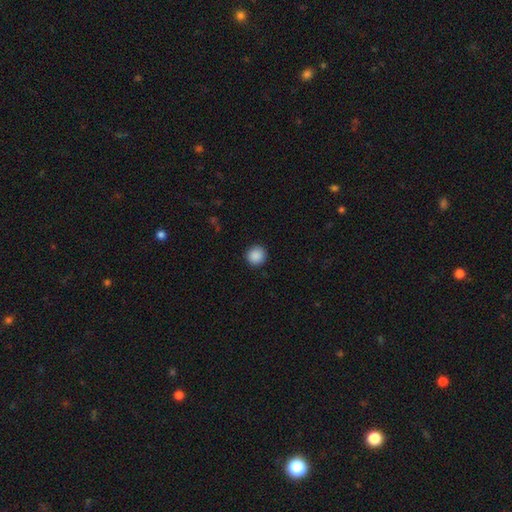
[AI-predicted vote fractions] The model was most divided on "smooth or featured": smooth: 89%, star or artifact: 9%, featured or disk: 2%. More confident: how rounded — round (93%); merging — none (92%).